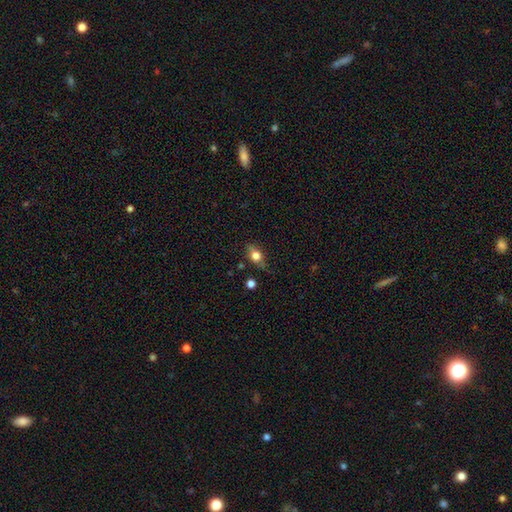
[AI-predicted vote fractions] Smooth or featured: smooth — 70% (featured or disk — 20%)
How rounded: in between — 68% (round — 25%)
Merging: none — 70% (minor disturbance — 22%)